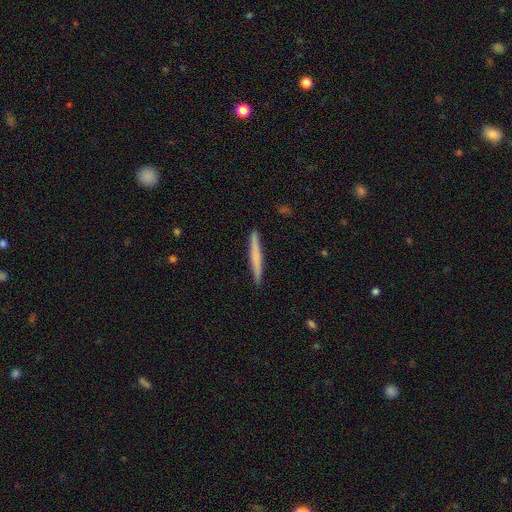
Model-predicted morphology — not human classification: Overall: smooth (57%; featured or disk 37%). How rounded: cigar-shaped (97%). Merging: none (91%).